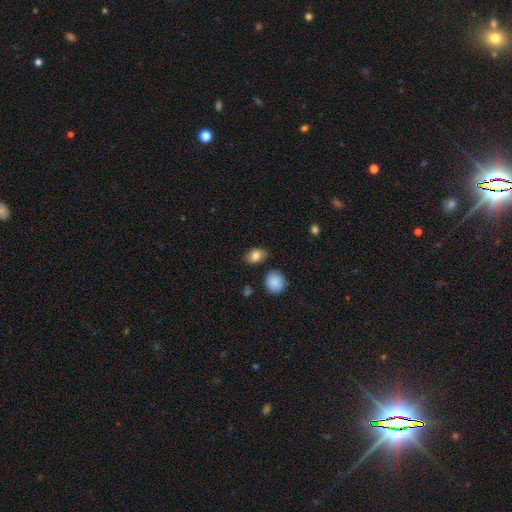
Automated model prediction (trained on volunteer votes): Smooth or featured: smooth — 81% (featured or disk — 10%)
How rounded: in between — 77% (round — 21%)
Merging: none — 78% (minor disturbance — 15%)